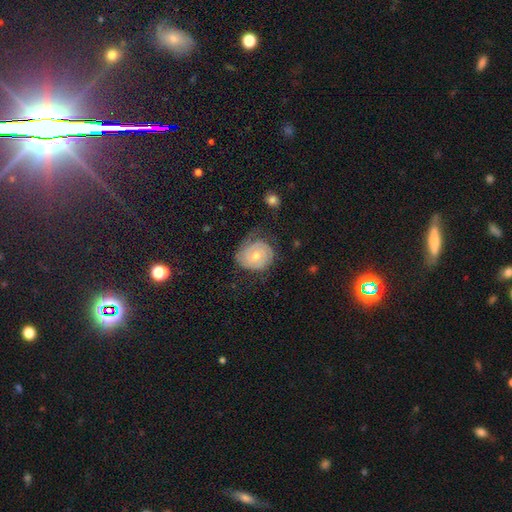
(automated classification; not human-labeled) Smooth or featured?
  - featured or disk: 72% *
  - smooth: 22%
  - star or artifact: 6%
Edge-on disk?
  - no: 98% *
  - yes: 2%
Bar?
  - no: 68% *
  - weak: 27%
  - strong: 5%
Spiral arms?
  - yes: 90% *
  - no: 10%
Spiral winding?
  - tight: 71% *
  - medium: 22%
  - loose: 7%
Spiral arm count?
  - 2: 50% *
  - can't tell: 26%
  - 3: 10%
  - 1: 8%
  - 4: 3%
  - more than 4: 3%
Bulge size?
  - moderate: 61% *
  - small: 35%
  - large: 2%
  - none: 1%
  - dominant: 1%
Merging?
  - none: 60% *
  - minor disturbance: 25%
  - major disturbance: 13%
  - merger: 2%